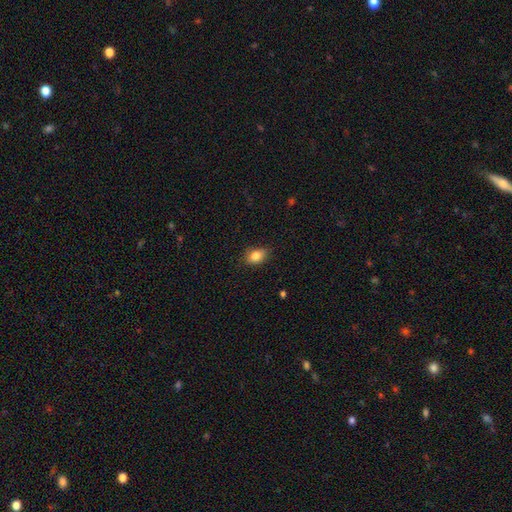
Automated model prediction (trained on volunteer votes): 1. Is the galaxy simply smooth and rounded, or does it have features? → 84% smooth, 9% star or artifact, 7% featured or disk.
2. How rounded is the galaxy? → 78% in between, 20% round, 2% cigar-shaped.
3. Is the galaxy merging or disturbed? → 82% none, 14% minor disturbance, 3% major disturbance, 1% merger.